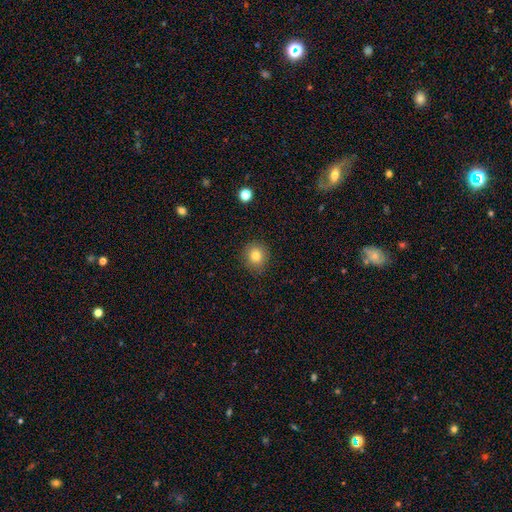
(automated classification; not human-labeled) Smooth or featured? Predicted: smooth (p=0.80). How rounded? Predicted: round (p=0.89). Merging? Predicted: none (p=0.88).